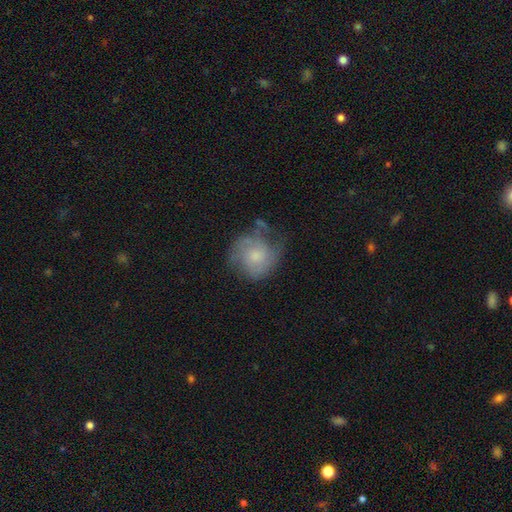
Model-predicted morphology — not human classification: Smooth or featured?
  - featured or disk: 54% *
  - smooth: 39%
  - star or artifact: 7%
Edge-on disk?
  - no: 98% *
  - yes: 2%
Bar?
  - no: 76% *
  - weak: 21%
  - strong: 3%
Spiral arms?
  - yes: 82% *
  - no: 18%
Bulge size?
  - moderate: 43% *
  - small: 40%
  - none: 8%
  - large: 7%
  - dominant: 2%
Merging?
  - none: 50% *
  - minor disturbance: 29%
  - major disturbance: 18%
  - merger: 4%